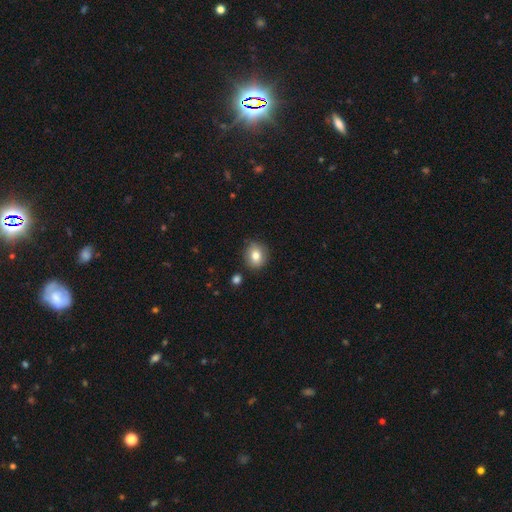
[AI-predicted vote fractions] This appears to be a smooth galaxy with no disk features (80%) that is round (77%). Merging: none (83%).